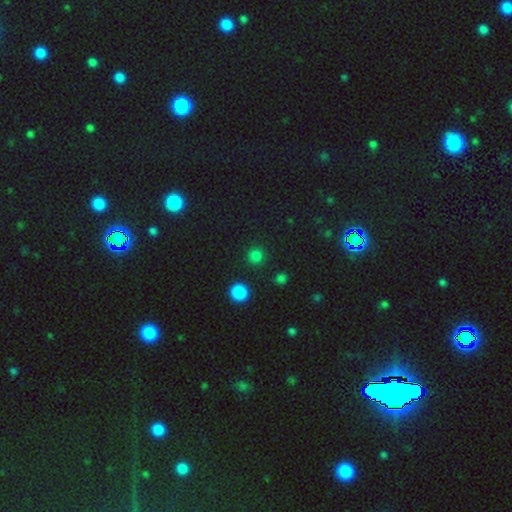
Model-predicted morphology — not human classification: A smooth galaxy with no disk features (79%) that is round (93%). Merging: none (89%).